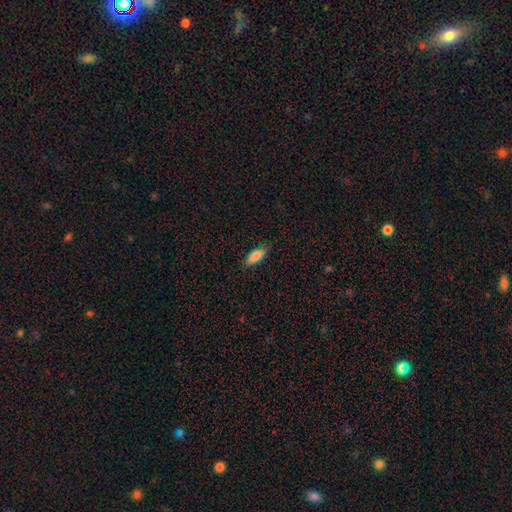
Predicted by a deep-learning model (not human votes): smooth 84%, featured or disk 9%, star or artifact 7%. Down the decision tree: how rounded — in between (73%); merging — none (83%).